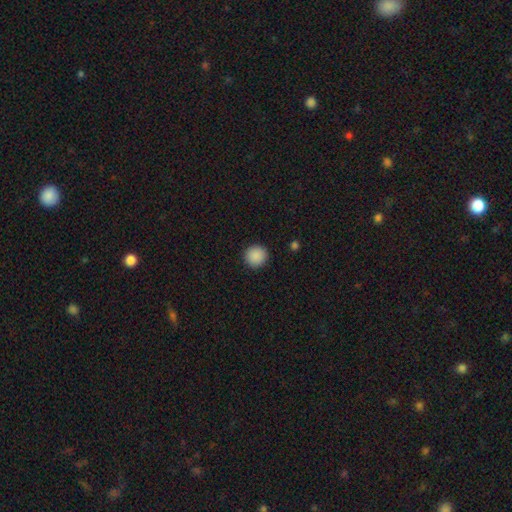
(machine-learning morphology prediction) This is clearly a smooth galaxy (89%). How rounded: clearly round (94%). Merging: clearly none (92%).